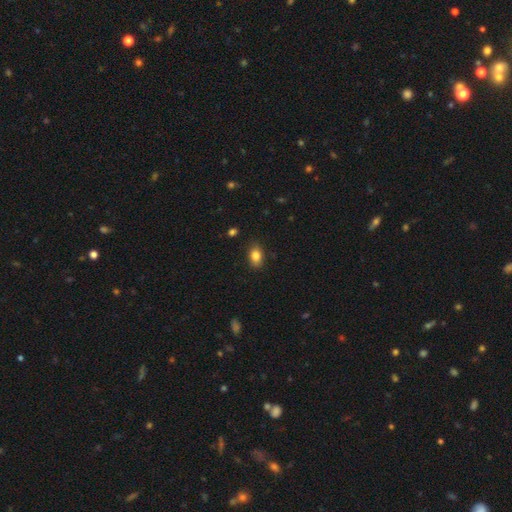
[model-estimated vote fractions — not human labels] Smooth or featured? Predicted: smooth (p=0.84). How rounded? Predicted: in between (p=0.84). Merging? Predicted: none (p=0.84).